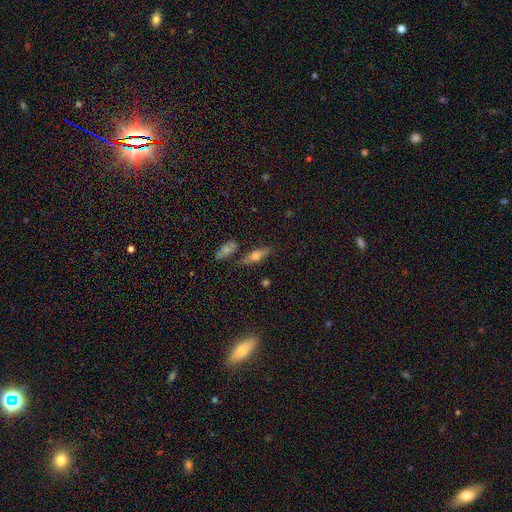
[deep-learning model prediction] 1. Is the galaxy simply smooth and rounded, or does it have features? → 53% featured or disk, 35% smooth, 11% star or artifact.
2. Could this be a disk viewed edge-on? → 92% yes, 8% no.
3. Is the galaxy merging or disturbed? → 75% none, 11% minor disturbance, 9% merger, 4% major disturbance.